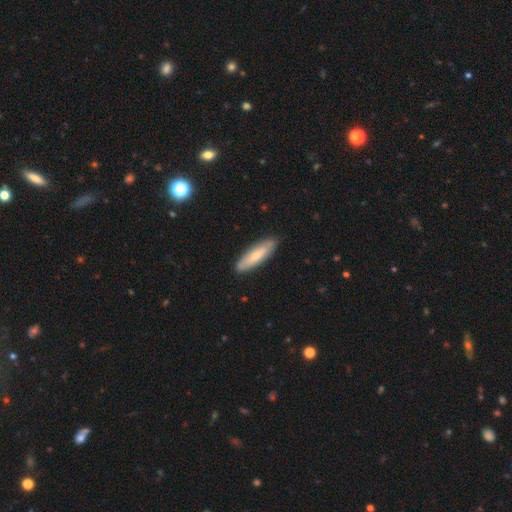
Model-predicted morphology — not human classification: A smooth galaxy with no disk features (70%) that is cigar-shaped (64%). Merging: none (88%).